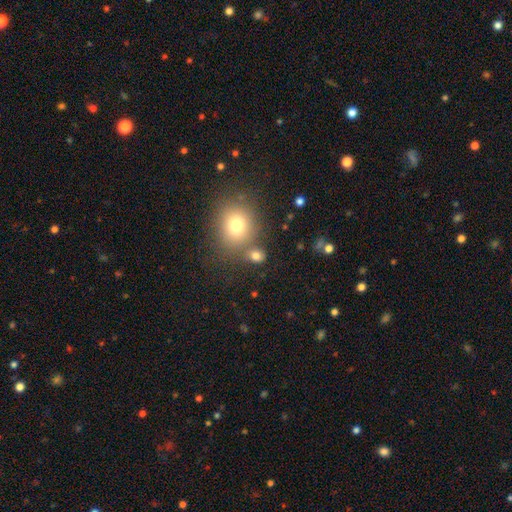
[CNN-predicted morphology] Smooth or featured?
  - smooth: 78% *
  - star or artifact: 14%
  - featured or disk: 8%
How rounded?
  - round: 58% *
  - in between: 40%
  - cigar-shaped: 2%
Merging?
  - none: 67% *
  - merger: 17%
  - minor disturbance: 11%
  - major disturbance: 5%